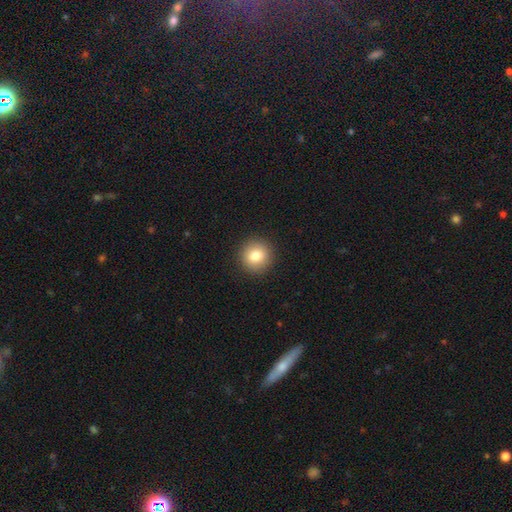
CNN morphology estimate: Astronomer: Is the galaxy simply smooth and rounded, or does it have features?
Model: smooth — 81%.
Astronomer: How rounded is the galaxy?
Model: round — 92%.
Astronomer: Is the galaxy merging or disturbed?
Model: none — 92%.